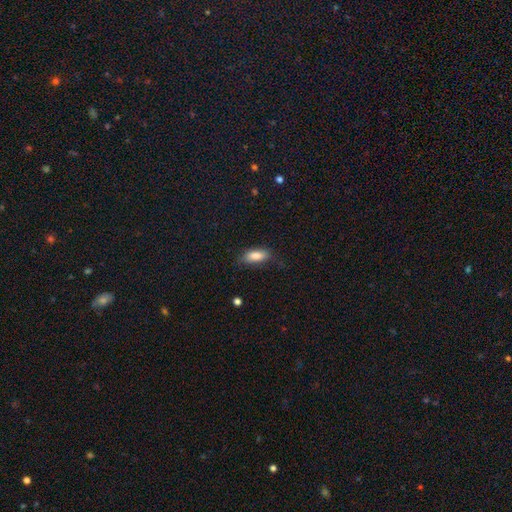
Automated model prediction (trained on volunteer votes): smooth-or-featured: smooth: 84% | featured or disk: 9% | star or artifact: 7%
  how-rounded: in between: 82% | cigar-shaped: 15% | round: 3%
  merging: none: 72% | minor disturbance: 21% | major disturbance: 6% | merger: 1%